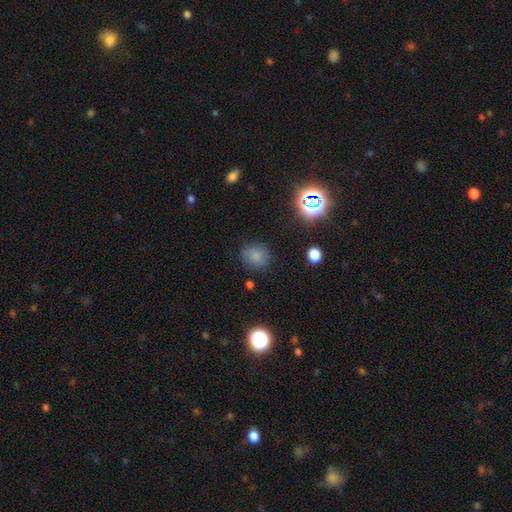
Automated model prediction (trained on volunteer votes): Overall: smooth (77%). How rounded: round (76%). Merging: none (81%).